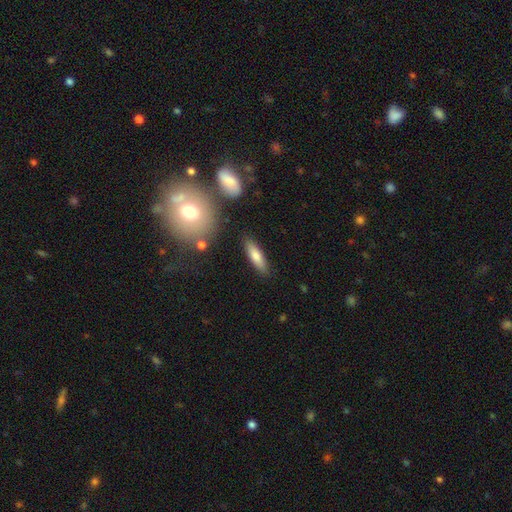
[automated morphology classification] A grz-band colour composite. It shows a smooth galaxy with no disk features (74%) that is cigar-shaped (59%). Merging: none (84%).